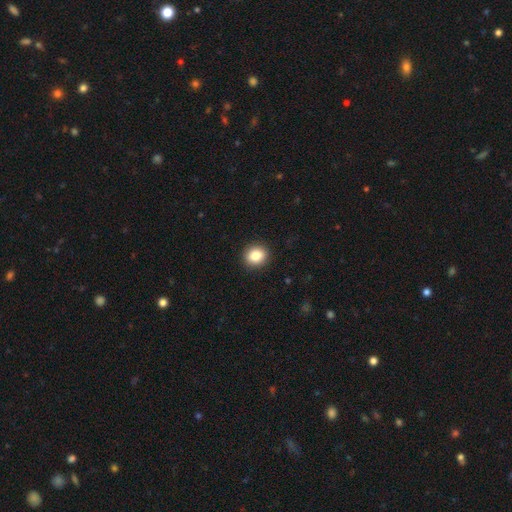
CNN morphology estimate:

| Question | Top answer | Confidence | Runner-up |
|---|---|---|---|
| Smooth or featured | smooth | 86% | star or artifact (9%) |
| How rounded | round | 76% | in between (23%) |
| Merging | none | 91% | minor disturbance (6%) |